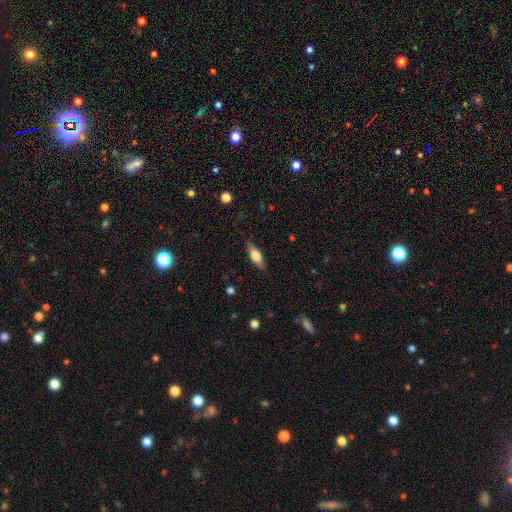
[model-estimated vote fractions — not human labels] This appears to be a smooth galaxy with no disk features (56%) that is in between round and cigar-shaped (62%). Merging: none (85%).